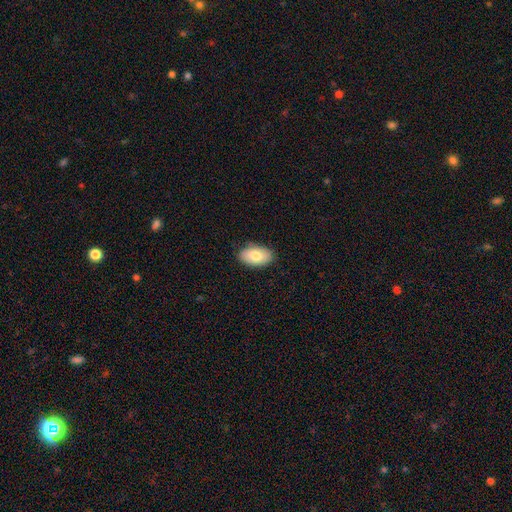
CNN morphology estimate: Smooth or featured? smooth (80%)
How rounded? in between (94%)
Merging? none (85%)